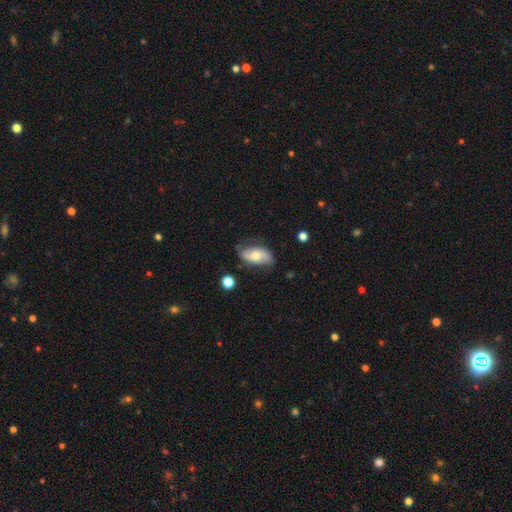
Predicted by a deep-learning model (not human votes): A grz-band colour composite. It shows a featured or disk galaxy (50%). Merging: none (68%).